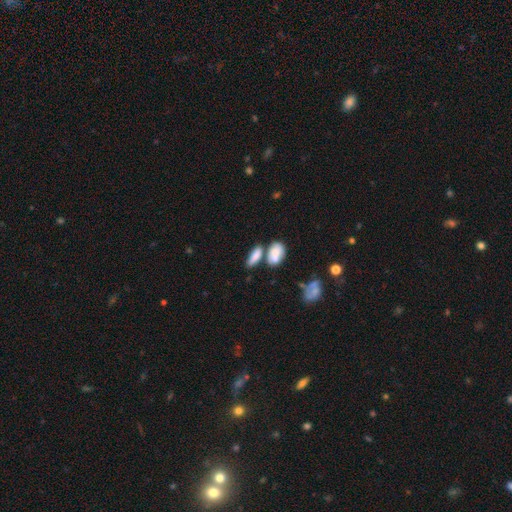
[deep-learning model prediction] smooth_or_featured: smooth (p=0.79) [alt: featured or disk p=0.13]
how_rounded: in between (p=0.77) [alt: cigar-shaped p=0.17]
merging: none (p=0.42) [alt: merger p=0.39]